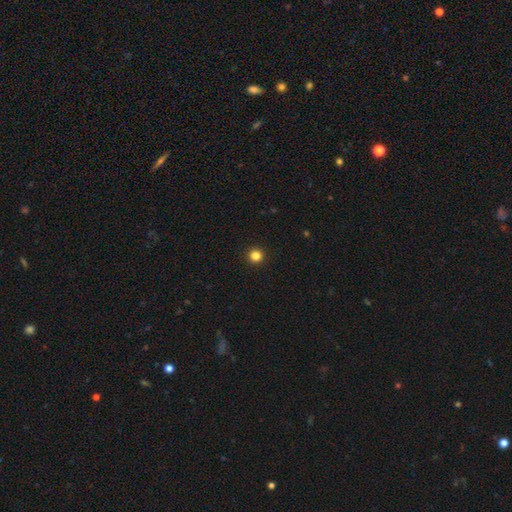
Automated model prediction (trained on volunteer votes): smooth_or_featured: smooth (p=0.83) [alt: star or artifact p=0.13]
how_rounded: round (p=0.96) [alt: in between p=0.03]
merging: none (p=0.94) [alt: minor disturbance p=0.04]